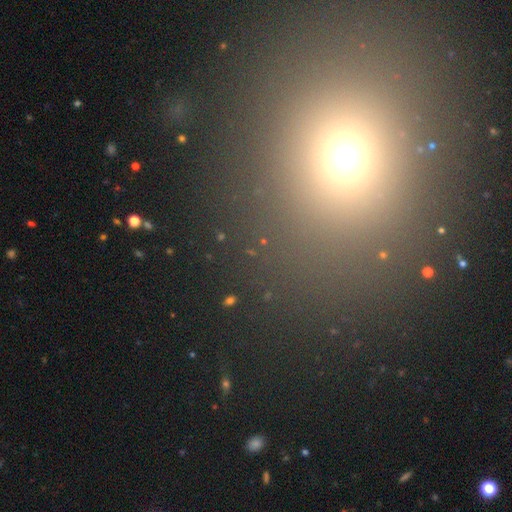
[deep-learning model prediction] smooth_or_featured: smooth (p=0.53) [alt: star or artifact p=0.39]
how_rounded: round (p=0.77) [alt: in between p=0.21]
merging: none (p=0.87) [alt: minor disturbance p=0.06]